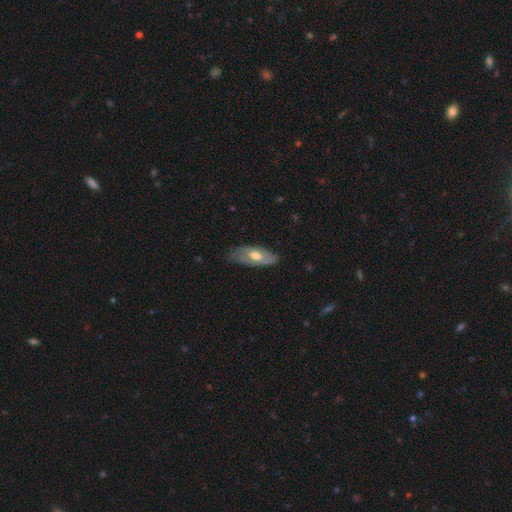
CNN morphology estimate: Smooth or featured? featured or disk (52%)
Edge-on disk? no (78%)
Merging? none (66%)